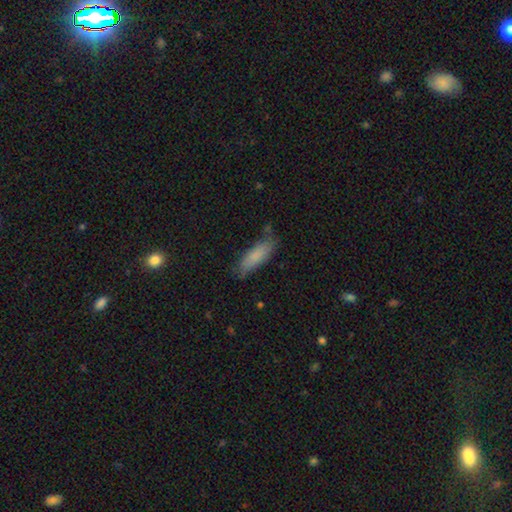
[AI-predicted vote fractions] Morphology: type=smooth (82%); roundness=cigar-shaped (53%); merging=none (73%).